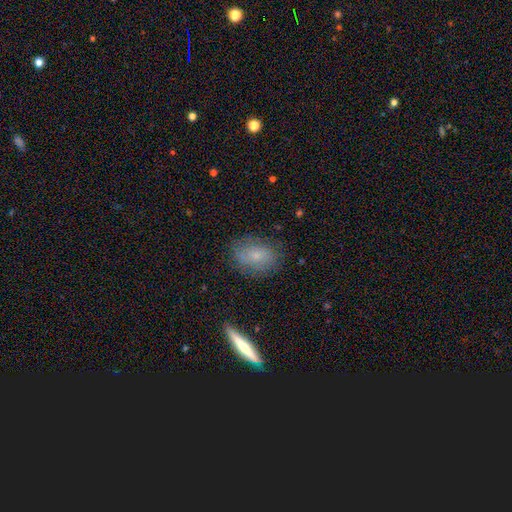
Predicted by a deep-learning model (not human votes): Smooth or featured? Predicted: smooth (p=0.64). How rounded? Predicted: in between (p=0.73). Merging? Predicted: none (p=0.76).